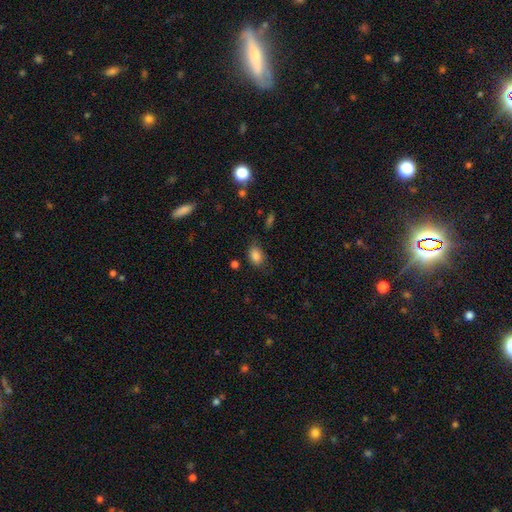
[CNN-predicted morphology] A smooth galaxy with no disk features (84%) that is in between round and cigar-shaped (78%). Merging: none (68%).